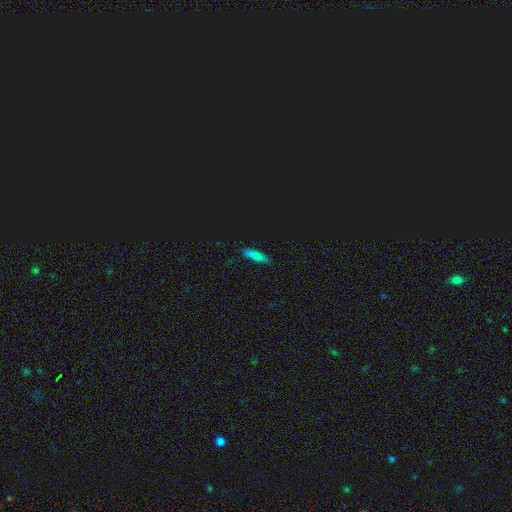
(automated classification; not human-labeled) smooth 69%, star or artifact 22%, featured or disk 9%. Down the decision tree: how rounded — cigar-shaped (61%); merging — none (80%).